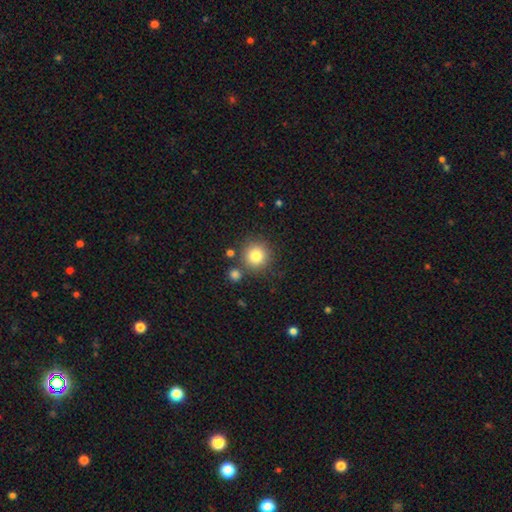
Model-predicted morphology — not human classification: The model was most divided on "smooth or featured": smooth: 81%, star or artifact: 11%, featured or disk: 8%. More confident: how rounded — round (94%); merging — none (81%).